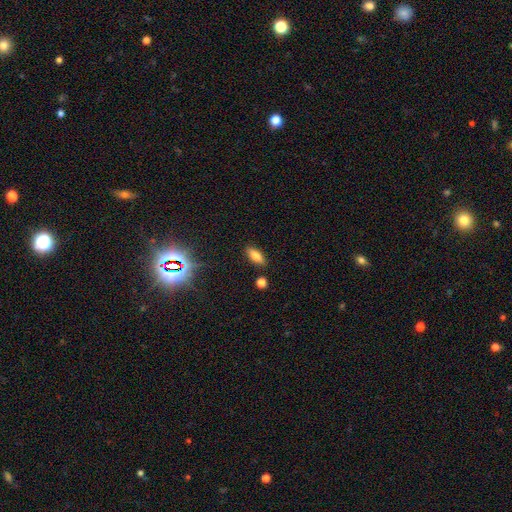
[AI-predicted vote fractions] smooth-or-featured: smooth: 74% | featured or disk: 13% | star or artifact: 13%
  how-rounded: in between: 74% | cigar-shaped: 22% | round: 3%
  merging: none: 84% | minor disturbance: 11% | merger: 3% | major disturbance: 3%